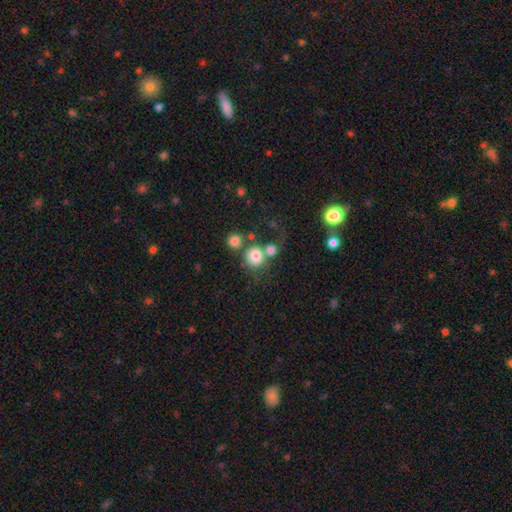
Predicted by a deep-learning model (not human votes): smooth_or_featured: smooth (p=0.76) [alt: featured or disk p=0.12]
how_rounded: round (p=0.87) [alt: in between p=0.12]
merging: none (p=0.48) [alt: merger p=0.34]